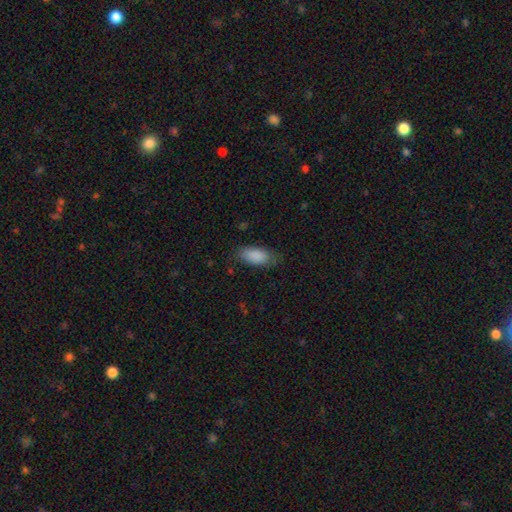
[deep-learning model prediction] Smooth or featured?
  - smooth: 88% *
  - star or artifact: 7%
  - featured or disk: 5%
How rounded?
  - in between: 90% *
  - cigar-shaped: 7%
  - round: 3%
Merging?
  - none: 75% *
  - minor disturbance: 18%
  - major disturbance: 5%
  - merger: 1%